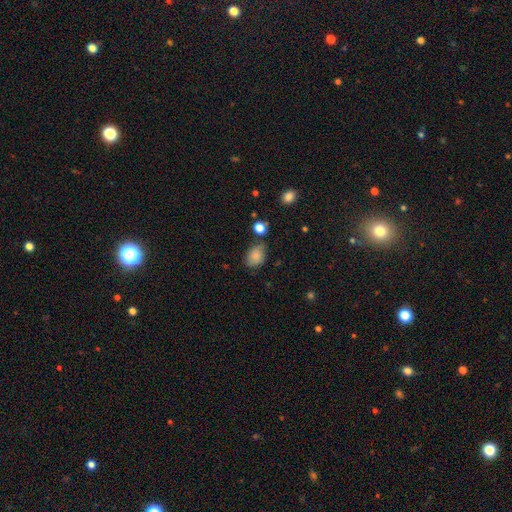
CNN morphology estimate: Q: Smooth or featured?
A: smooth (79%); runner-up: featured or disk (11%)
Q: How rounded?
A: in between (68%); runner-up: round (31%)
Q: Merging?
A: none (63%); runner-up: minor disturbance (26%)